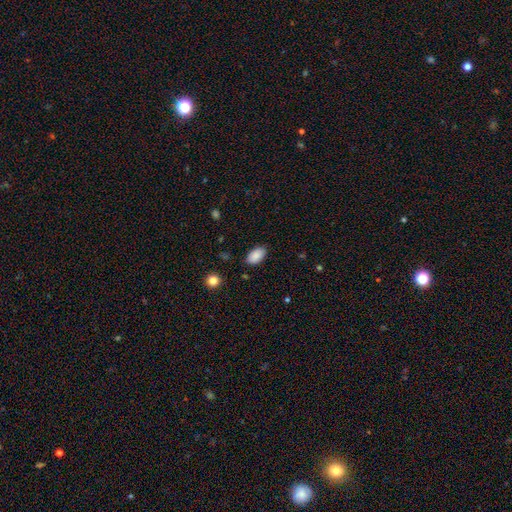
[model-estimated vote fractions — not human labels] This is clearly a smooth galaxy (88%). How rounded: clearly in between (94%). Merging: clearly none (83%).